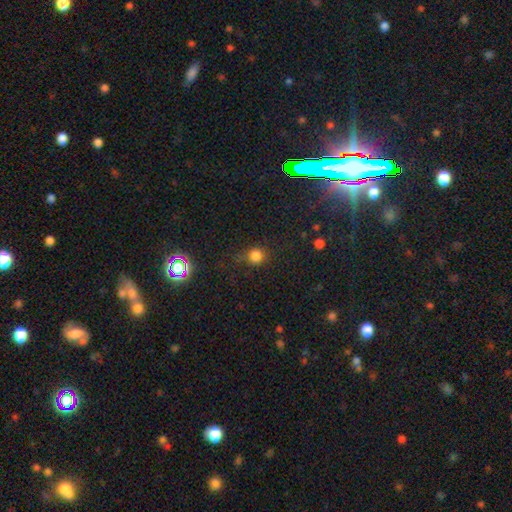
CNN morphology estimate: Smooth or featured? Predicted: smooth (p=0.76). How rounded? Predicted: round (p=0.89). Merging? Predicted: none (p=0.75).